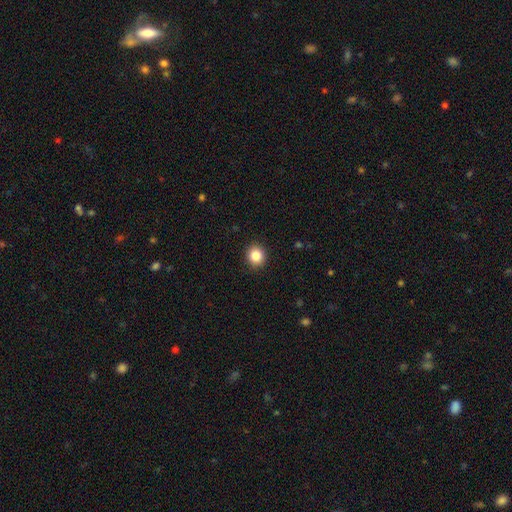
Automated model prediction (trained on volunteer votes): This is clearly a smooth galaxy (85%). How rounded: clearly round (85%). Merging: clearly none (92%).